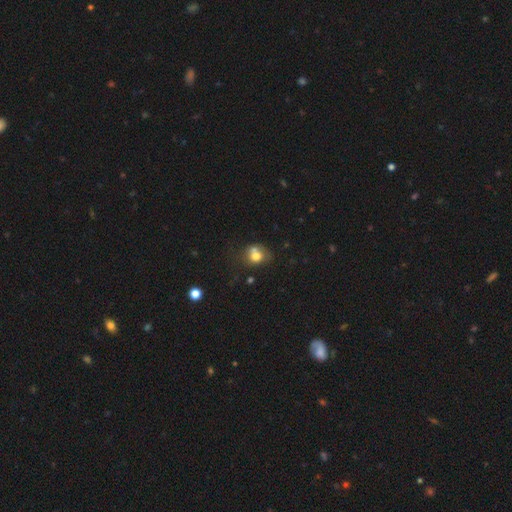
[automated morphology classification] A smooth galaxy with no disk features (73%) that is round (65%). Merging: none (38%).